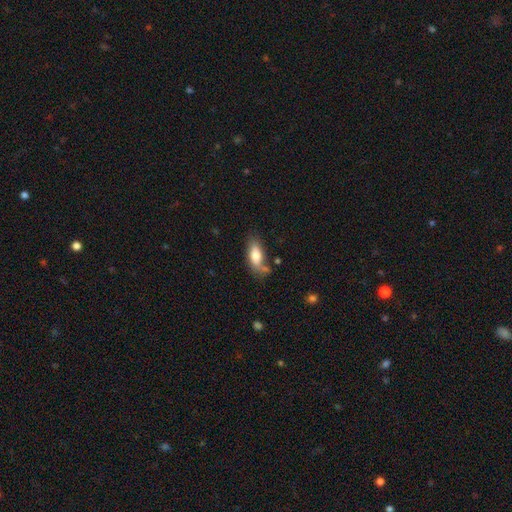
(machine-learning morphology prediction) Smooth or featured: smooth — 72% (featured or disk — 21%)
How rounded: in between — 81% (cigar-shaped — 15%)
Merging: none — 52% (minor disturbance — 26%)